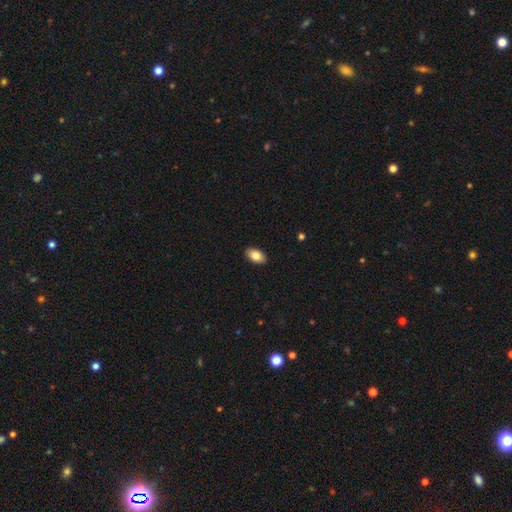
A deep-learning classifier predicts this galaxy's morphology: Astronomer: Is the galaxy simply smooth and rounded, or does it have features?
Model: smooth — 83%.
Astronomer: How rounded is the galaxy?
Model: in between — 93%.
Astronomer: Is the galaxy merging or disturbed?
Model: none — 90%.